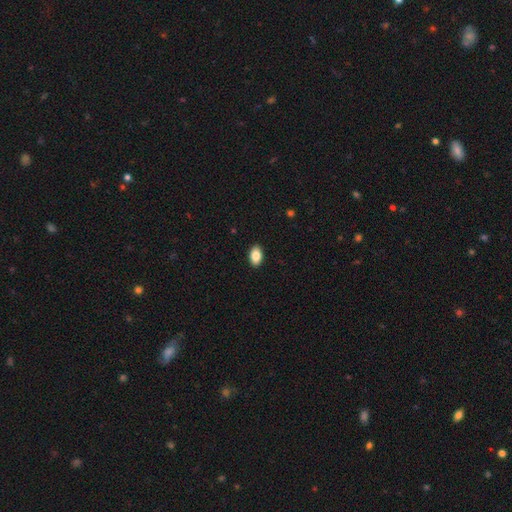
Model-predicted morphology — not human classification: Smooth or featured? smooth (87%)
How rounded? in between (91%)
Merging? none (91%)